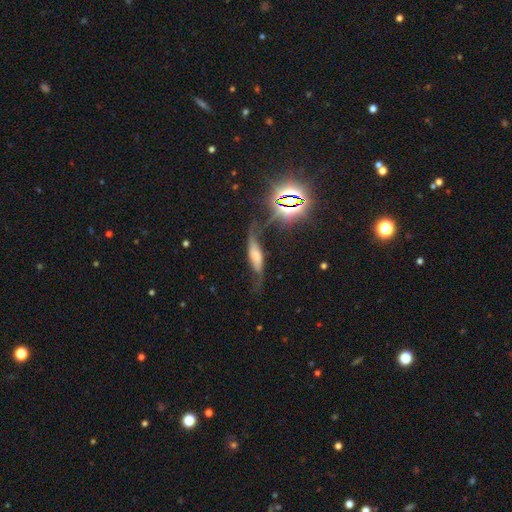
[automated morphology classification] Smooth or featured: featured or disk — 47% (smooth — 37%)
Merging: none — 46% (minor disturbance — 26%)